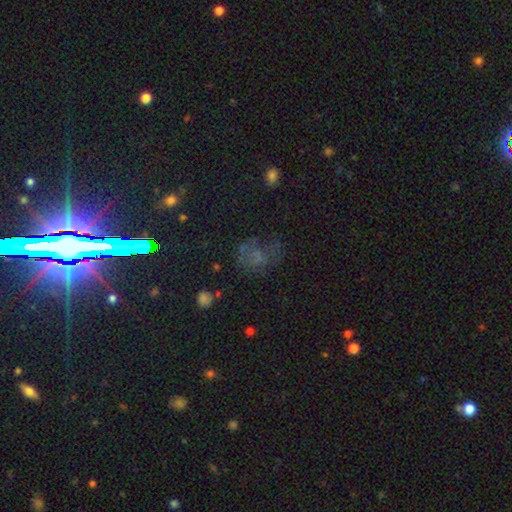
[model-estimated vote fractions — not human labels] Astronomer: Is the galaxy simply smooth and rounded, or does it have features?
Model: smooth — 40% (runner-up: star or artifact, 37%).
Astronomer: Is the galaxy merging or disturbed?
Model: none — 53%.